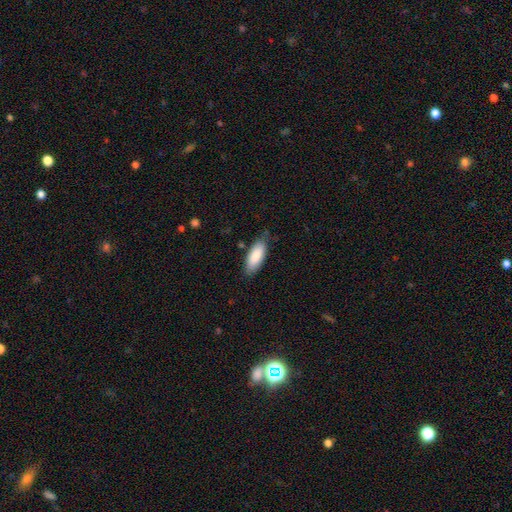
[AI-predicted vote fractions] Smooth or featured: smooth — 85% (featured or disk — 9%)
How rounded: in between — 80% (cigar-shaped — 18%)
Merging: none — 75% (minor disturbance — 19%)